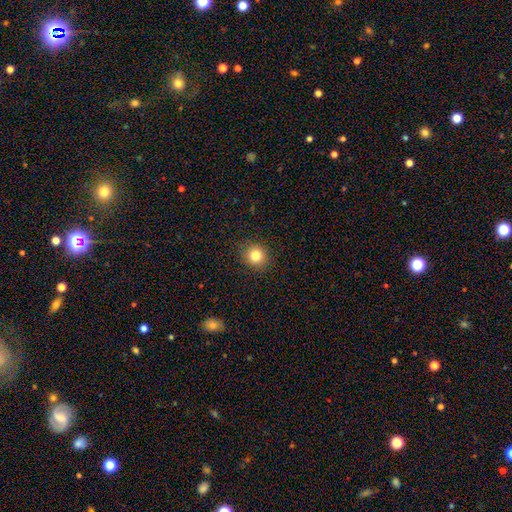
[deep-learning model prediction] Smooth or featured?
  - smooth: 82% *
  - star or artifact: 12%
  - featured or disk: 6%
How rounded?
  - round: 88% *
  - in between: 11%
  - cigar-shaped: 1%
Merging?
  - none: 90% *
  - minor disturbance: 7%
  - major disturbance: 2%
  - merger: 1%